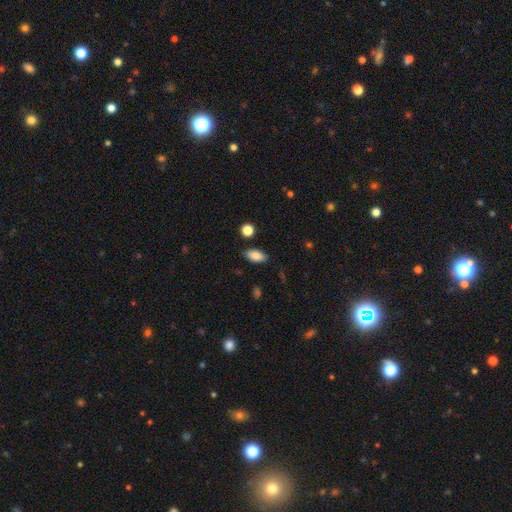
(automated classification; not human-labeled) Overall: smooth (85%). How rounded: in between (92%). Merging: none (85%).